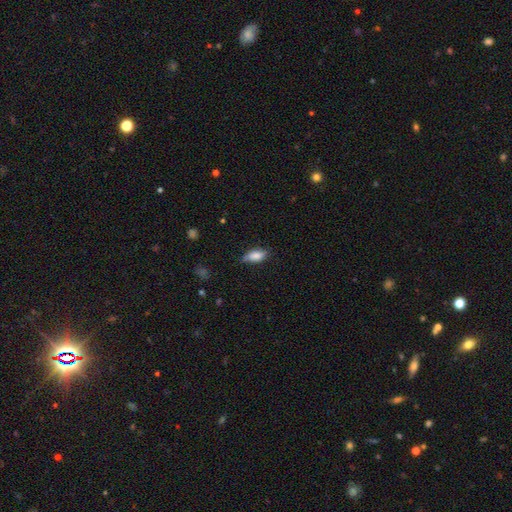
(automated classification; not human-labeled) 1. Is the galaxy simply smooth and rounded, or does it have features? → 84% smooth, 9% featured or disk, 7% star or artifact.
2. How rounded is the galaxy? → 87% in between, 10% cigar-shaped, 3% round.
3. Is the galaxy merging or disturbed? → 64% none, 29% minor disturbance, 5% major disturbance, 2% merger.